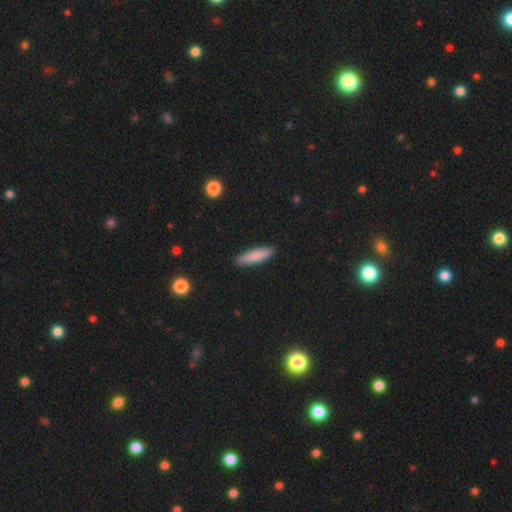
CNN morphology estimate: type=smooth (85%); roundness=cigar-shaped (67%); merging=none (90%).